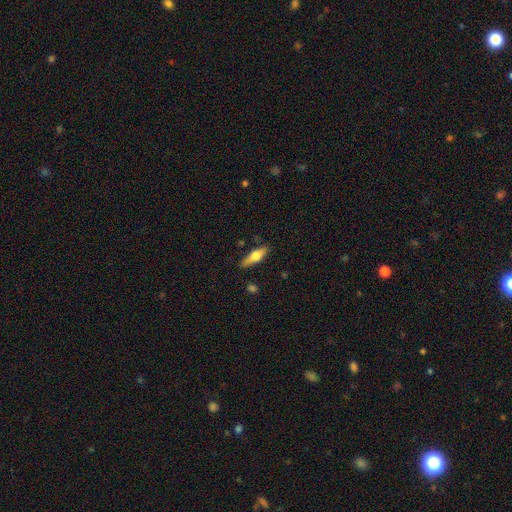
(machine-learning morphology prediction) Smooth or featured?
  - smooth: 50% *
  - featured or disk: 44%
  - star or artifact: 6%
How rounded?
  - cigar-shaped: 57% *
  - in between: 40%
  - round: 3%
Merging?
  - none: 82% *
  - minor disturbance: 13%
  - major disturbance: 3%
  - merger: 2%